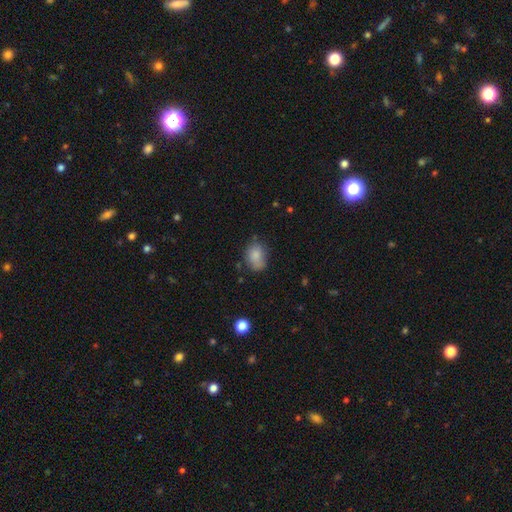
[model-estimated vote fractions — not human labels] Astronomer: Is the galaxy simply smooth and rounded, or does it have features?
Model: smooth — 83%.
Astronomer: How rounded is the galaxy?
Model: in between — 73%.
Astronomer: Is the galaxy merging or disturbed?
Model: none — 60%.